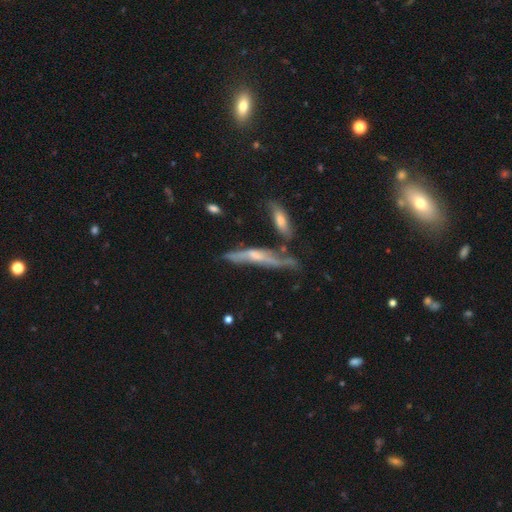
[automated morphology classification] Smooth or featured? featured or disk (64%)
Edge-on disk? yes (75%)
Merging? none (46%)